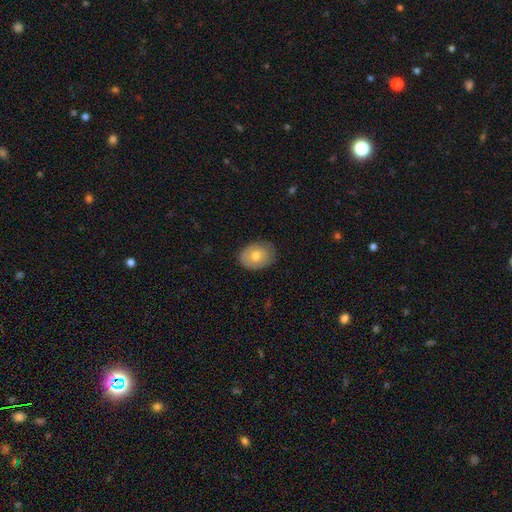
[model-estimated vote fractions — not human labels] The model was most divided on "how rounded": in between: 64%, round: 35%, cigar-shaped: 1%. More confident: merging — none (80%); smooth or featured — smooth (68%).